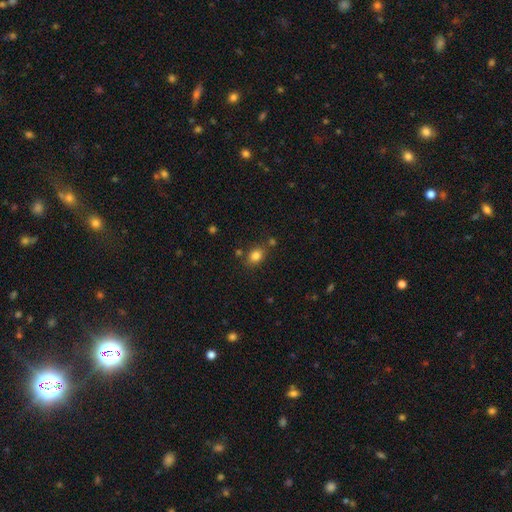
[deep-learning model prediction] Smooth or featured? smooth (82%)
How rounded? in between (63%)
Merging? none (75%)